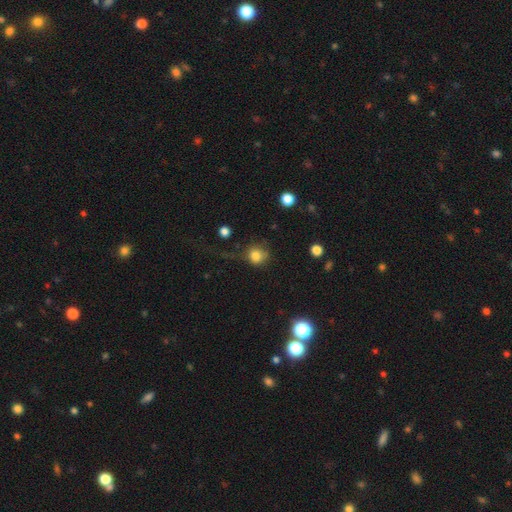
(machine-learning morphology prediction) This appears to be a smooth galaxy with no disk features (80%) that is round (84%). Merging: none (53%).